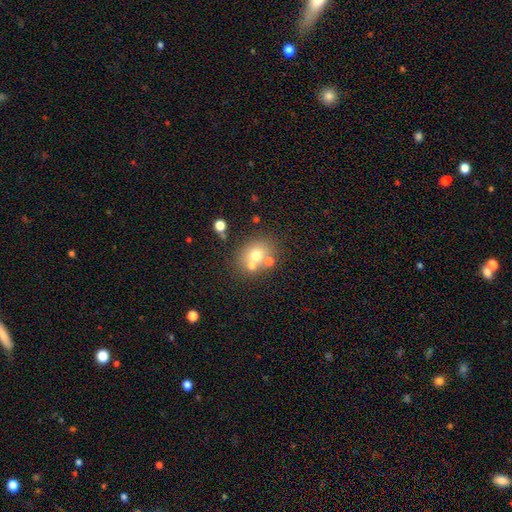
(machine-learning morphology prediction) Smooth or featured?
  - smooth: 66% *
  - featured or disk: 20%
  - star or artifact: 14%
How rounded?
  - round: 64% *
  - in between: 35%
  - cigar-shaped: 1%
Merging?
  - none: 60% *
  - merger: 25%
  - minor disturbance: 11%
  - major disturbance: 4%